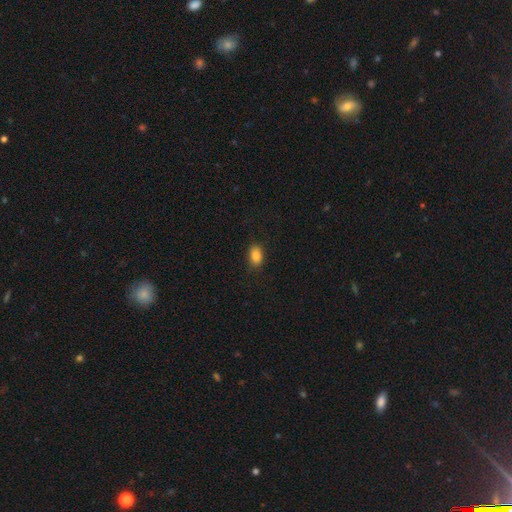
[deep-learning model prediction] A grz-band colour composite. It shows a smooth galaxy with no disk features (86%) that is in between round and cigar-shaped (84%). Merging: none (87%).